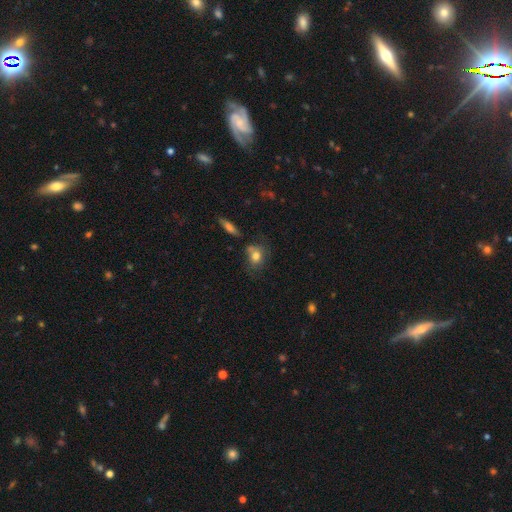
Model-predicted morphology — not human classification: smooth-or-featured: smooth: 73% | featured or disk: 17% | star or artifact: 10%
  how-rounded: round: 50% | in between: 47% | cigar-shaped: 2%
  merging: none: 53% | minor disturbance: 21% | merger: 17% | major disturbance: 8%